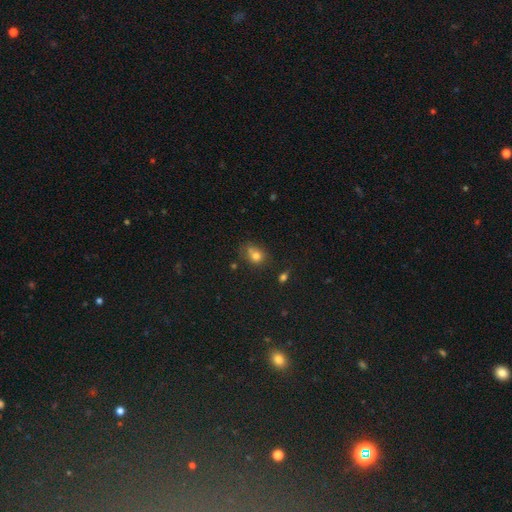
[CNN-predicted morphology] The model was most divided on "how rounded": round: 61%, in between: 38%, cigar-shaped: 1%. Remaining: smooth or featured — smooth (74%); merging — none (48%).